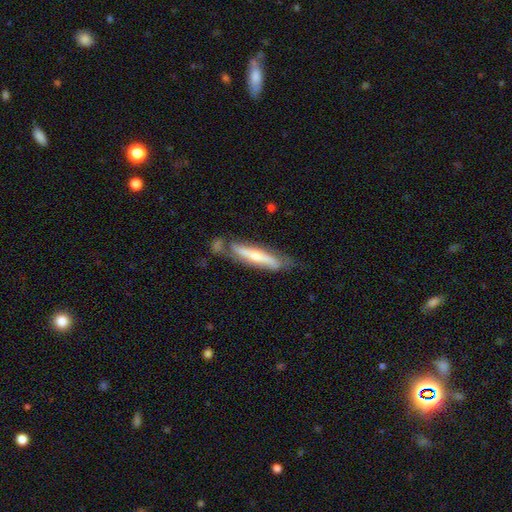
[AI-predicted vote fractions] Overall: featured or disk (60%; smooth 35%). Edge-on disk: yes (66%; no 34%). Merging: none (55%; minor disturbance 26%).